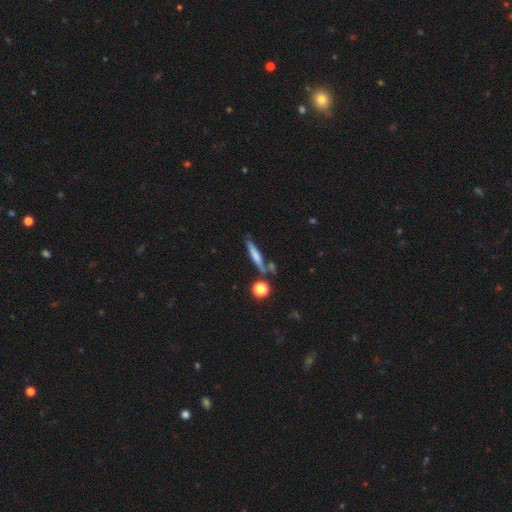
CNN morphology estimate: Smooth or featured? smooth (58%)
How rounded? cigar-shaped (87%)
Merging? none (70%)